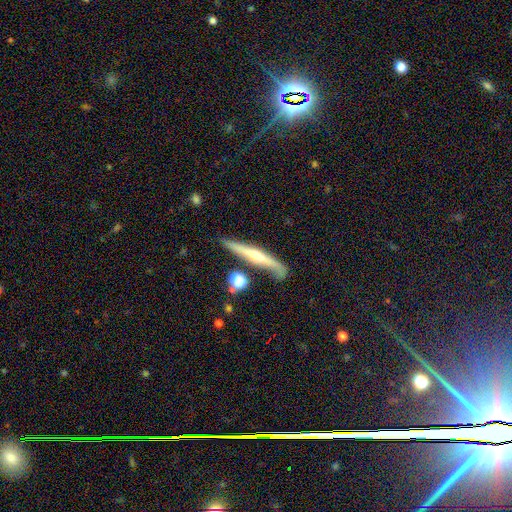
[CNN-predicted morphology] A featured or disk galaxy (66%) viewed edge-on (92%) with a rounded central bulge (83%).

Vote fractions:
- Smooth or featured? featured or disk: 66% / smooth: 27% / star or artifact: 7%
- Edge-on disk? yes: 92% / no: 8%
- Edge-on bulge? rounded: 83% / none: 13% / boxy: 4%
- Merging? none: 73% / minor disturbance: 16% / merger: 6% / major disturbance: 4%